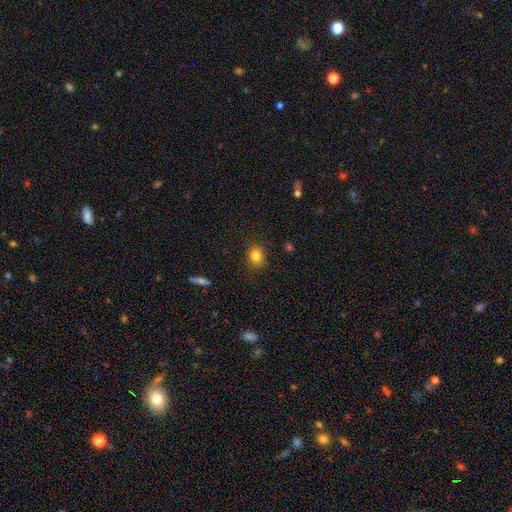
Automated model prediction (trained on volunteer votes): The model was most divided on "how rounded": round: 58%, in between: 41%, cigar-shaped: 1%. More confident: merging — none (83%); smooth or featured — smooth (82%).